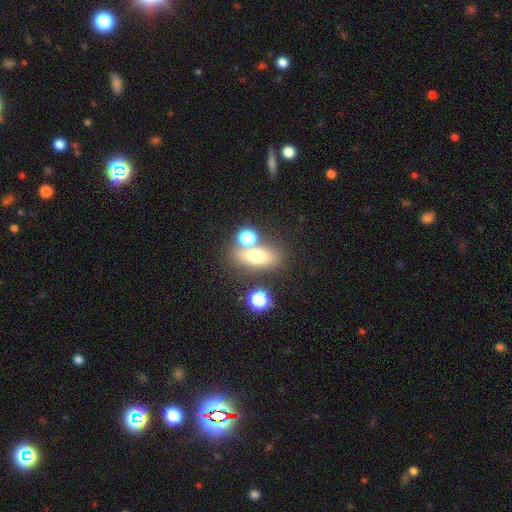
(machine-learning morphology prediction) Smooth or featured?
  - smooth: 63% *
  - featured or disk: 22%
  - star or artifact: 15%
How rounded?
  - in between: 63% *
  - round: 23%
  - cigar-shaped: 14%
Merging?
  - none: 62% *
  - merger: 22%
  - minor disturbance: 11%
  - major disturbance: 5%